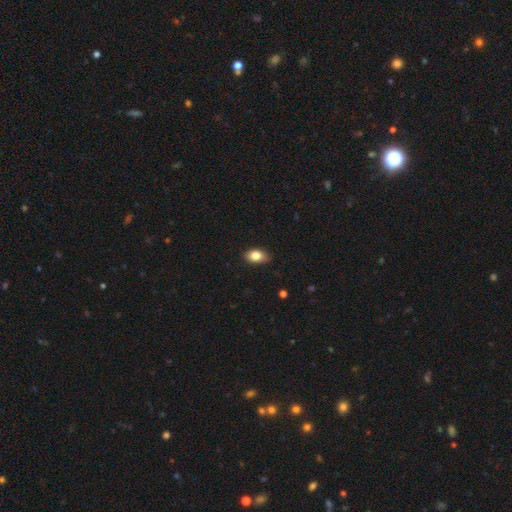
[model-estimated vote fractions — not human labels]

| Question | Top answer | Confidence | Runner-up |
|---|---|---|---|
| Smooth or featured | smooth | 83% | featured or disk (10%) |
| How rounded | in between | 87% | round (10%) |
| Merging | none | 83% | minor disturbance (14%) |